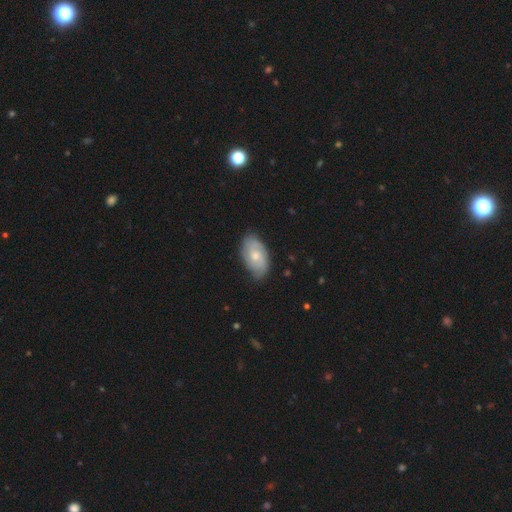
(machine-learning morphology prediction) Q: Smooth or featured?
A: featured or disk (51%); runner-up: smooth (43%)
Q: Edge-on disk?
A: no (94%); runner-up: yes (6%)
Q: Merging?
A: none (72%); runner-up: minor disturbance (22%)